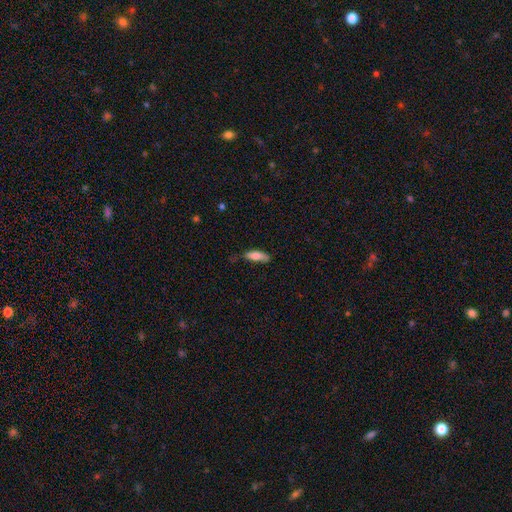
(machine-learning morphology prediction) Q: Smooth or featured?
A: smooth (75%); runner-up: featured or disk (19%)
Q: How rounded?
A: in between (56%); runner-up: cigar-shaped (42%)
Q: Merging?
A: none (67%); runner-up: minor disturbance (26%)